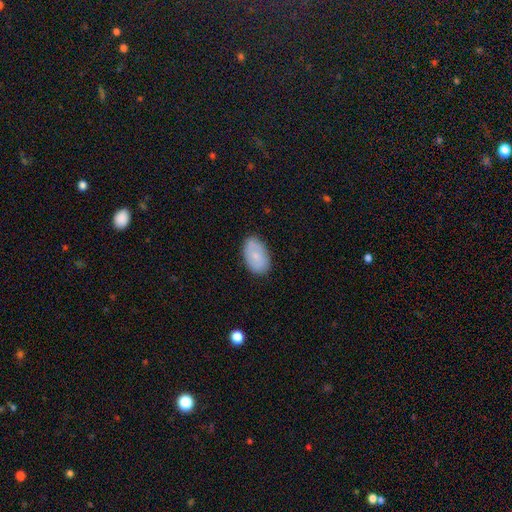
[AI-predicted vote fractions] Smooth or featured? Predicted: smooth (p=0.73). How rounded? Predicted: in between (p=0.92). Merging? Predicted: none (p=0.82).